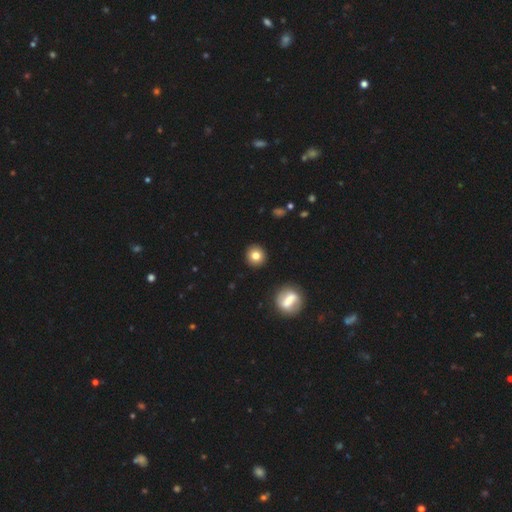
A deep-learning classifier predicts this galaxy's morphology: This is likely a smooth galaxy (78%). How rounded: clearly round (92%). Merging: clearly none (91%).